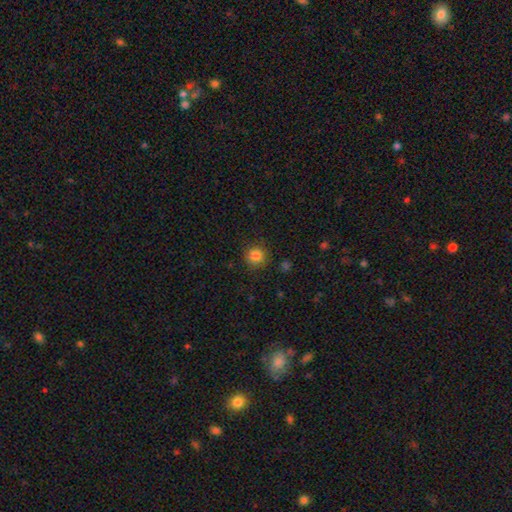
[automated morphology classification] smooth_or_featured: smooth (p=0.84) [alt: star or artifact p=0.12]
how_rounded: round (p=0.93) [alt: in between p=0.06]
merging: none (p=0.87) [alt: minor disturbance p=0.09]